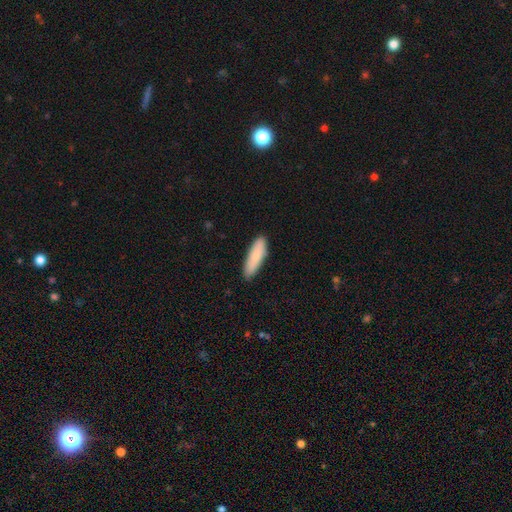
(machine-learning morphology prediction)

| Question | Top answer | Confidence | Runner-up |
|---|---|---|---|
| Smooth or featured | smooth | 86% | featured or disk (9%) |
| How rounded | cigar-shaped | 58% | in between (40%) |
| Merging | none | 87% | minor disturbance (10%) |